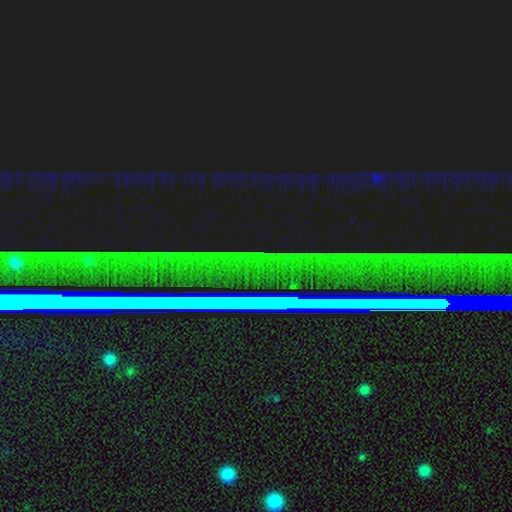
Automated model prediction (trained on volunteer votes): star or artifact 85%, featured or disk 9%, smooth 6%.